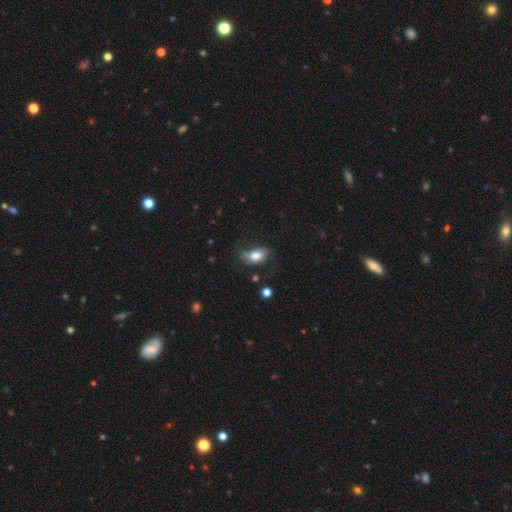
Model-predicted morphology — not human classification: Smooth or featured: smooth — 78% (featured or disk — 14%)
How rounded: in between — 87% (round — 10%)
Merging: none — 52% (minor disturbance — 31%)